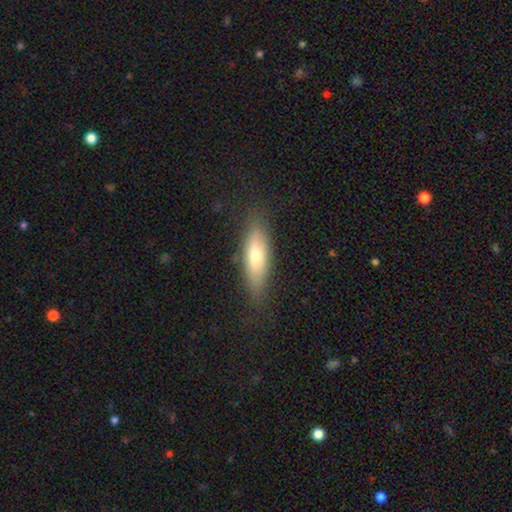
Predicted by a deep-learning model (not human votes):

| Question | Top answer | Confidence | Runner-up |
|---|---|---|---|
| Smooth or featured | smooth | 61% | featured or disk (32%) |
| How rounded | cigar-shaped | 57% | in between (41%) |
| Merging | none | 82% | minor disturbance (13%) |